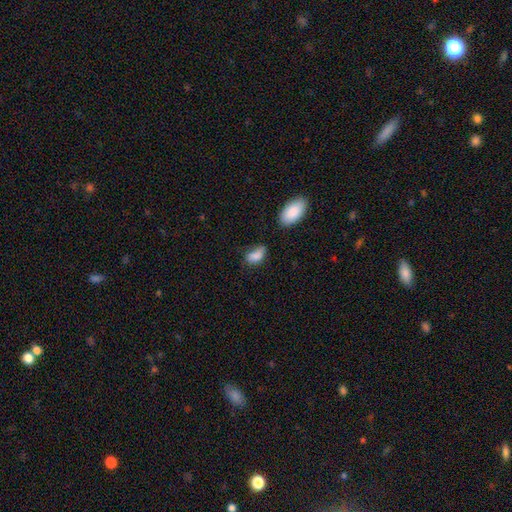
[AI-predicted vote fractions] Smooth or featured? smooth (83%)
How rounded? in between (89%)
Merging? none (40%)